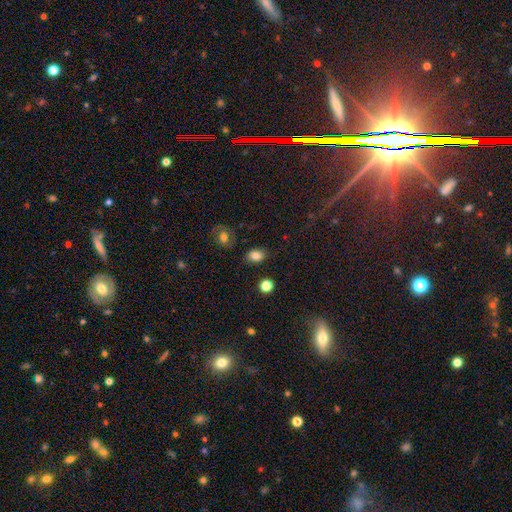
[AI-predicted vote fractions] Overall: smooth (83%). How rounded: in between (70%). Merging: none (82%).